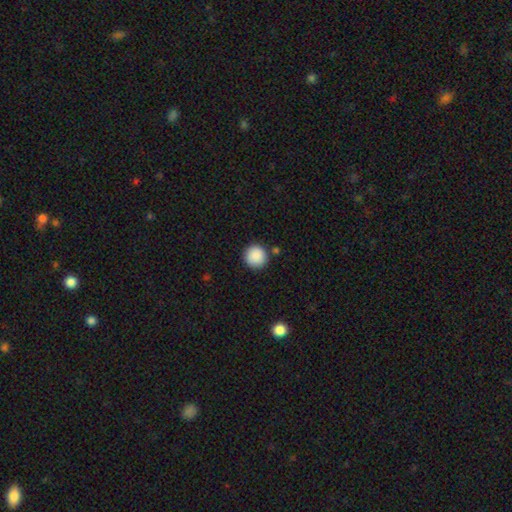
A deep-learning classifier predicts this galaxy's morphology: Overall: smooth (89%). How rounded: round (96%). Merging: none (88%).